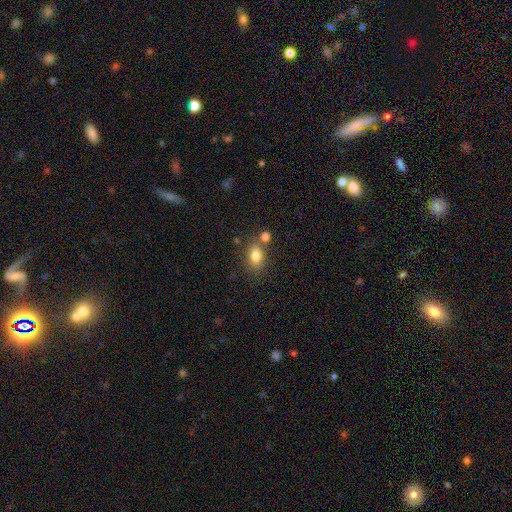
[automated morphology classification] type=smooth (80%); roundness=in between (74%); merging=none (66%).